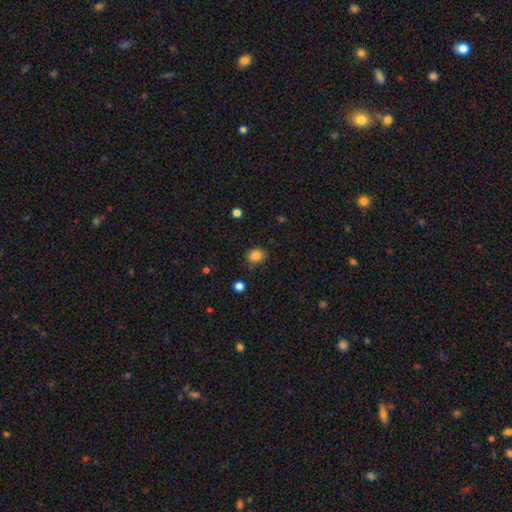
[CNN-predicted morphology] Smooth or featured? smooth (84%)
How rounded? round (69%)
Merging? none (77%)